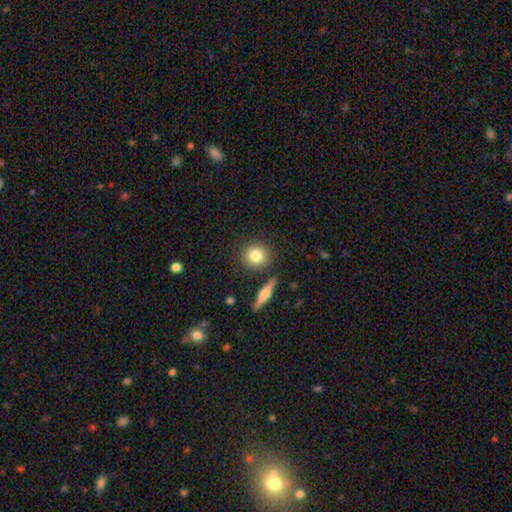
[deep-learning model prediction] smooth_or_featured: smooth (p=0.81) [alt: featured or disk p=0.11]
how_rounded: round (p=0.84) [alt: in between p=0.14]
merging: none (p=0.82) [alt: minor disturbance p=0.09]